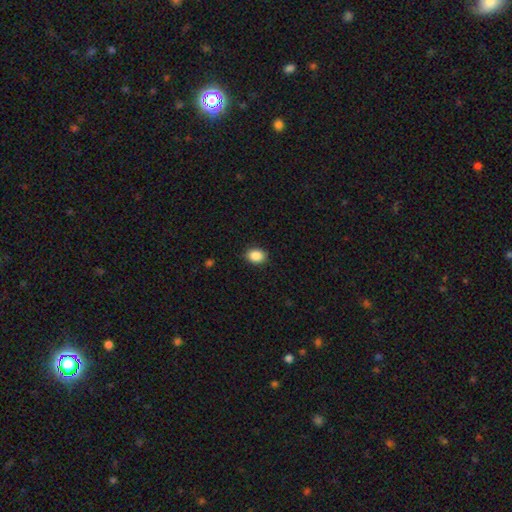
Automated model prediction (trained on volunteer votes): smooth_or_featured: smooth (p=0.88) [alt: star or artifact p=0.09]
how_rounded: in between (p=0.60) [alt: round p=0.39]
merging: none (p=0.86) [alt: minor disturbance p=0.11]